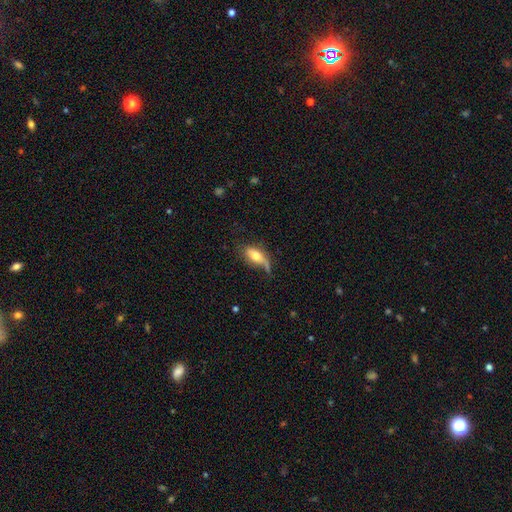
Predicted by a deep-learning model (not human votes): A smooth galaxy with no disk features (61%) that is in between round and cigar-shaped (81%).

Vote fractions:
- Smooth or featured? smooth: 61% / featured or disk: 31% / star or artifact: 8%
- How rounded? in between: 81% / cigar-shaped: 14% / round: 5%
- Merging? none: 39% / minor disturbance: 30% / major disturbance: 23% / merger: 8%